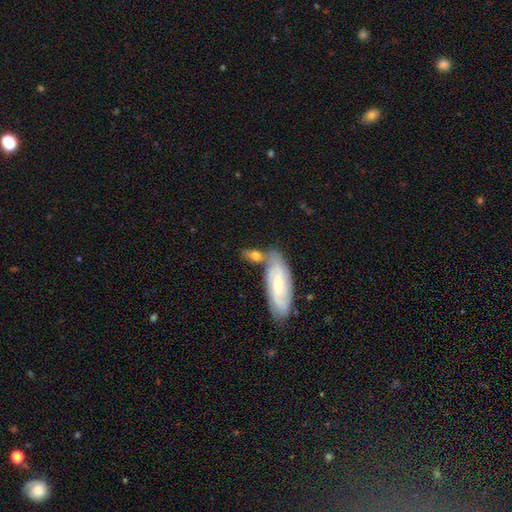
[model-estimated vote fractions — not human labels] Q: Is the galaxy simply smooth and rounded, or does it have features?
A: smooth — 61%.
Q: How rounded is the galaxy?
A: in between — 71%.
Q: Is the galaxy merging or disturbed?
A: none — 48%.